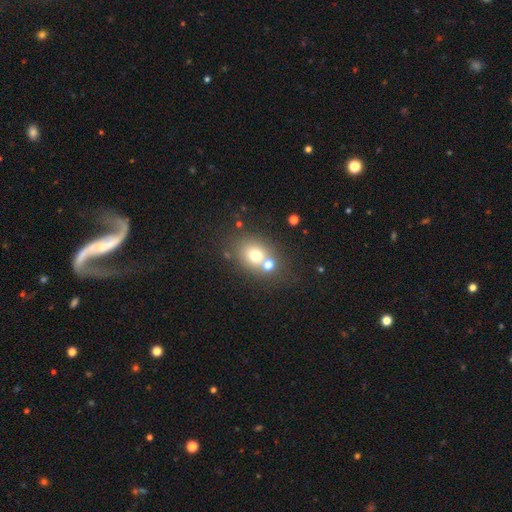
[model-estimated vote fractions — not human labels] A smooth galaxy with no disk features (69%) that is round (55%).

Vote fractions:
- Smooth or featured? smooth: 69% / featured or disk: 17% / star or artifact: 15%
- How rounded? round: 55% / in between: 44% / cigar-shaped: 1%
- Merging? none: 53% / merger: 32% / minor disturbance: 10% / major disturbance: 5%